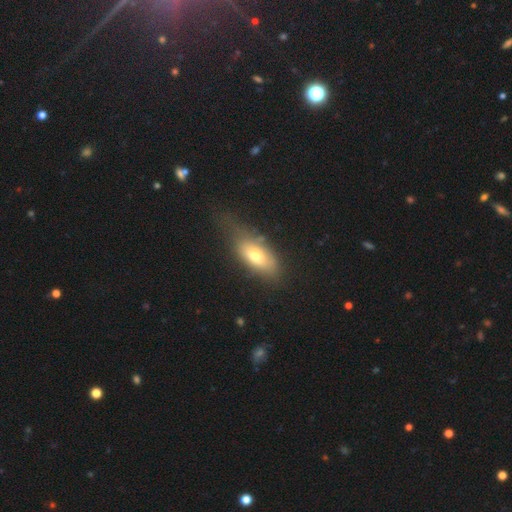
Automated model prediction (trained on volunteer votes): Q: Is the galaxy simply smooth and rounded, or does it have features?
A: smooth — 68%.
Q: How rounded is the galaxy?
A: in between — 84%.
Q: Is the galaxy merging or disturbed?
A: none — 46%.